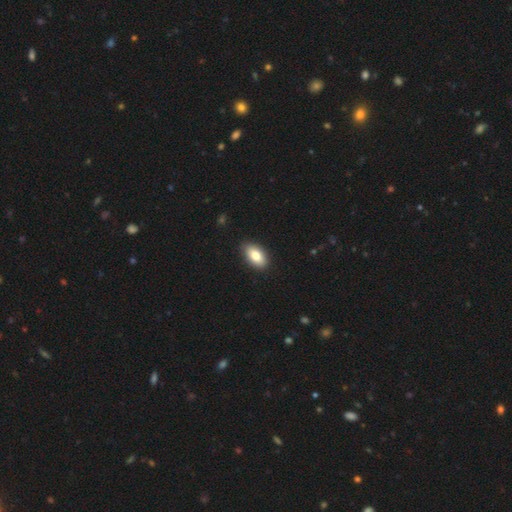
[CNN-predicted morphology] Smooth or featured: smooth — 81% (featured or disk — 12%)
How rounded: in between — 93% (round — 4%)
Merging: none — 88% (minor disturbance — 9%)